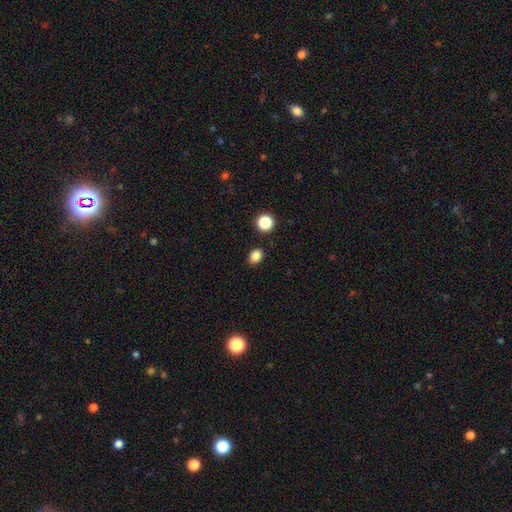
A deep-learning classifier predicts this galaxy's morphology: Smooth or featured: smooth — 84% (star or artifact — 12%)
How rounded: in between — 57% (round — 42%)
Merging: none — 86% (minor disturbance — 8%)